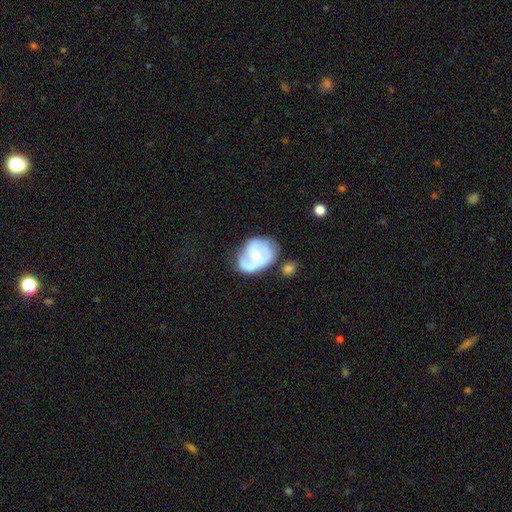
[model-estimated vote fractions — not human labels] Smooth or featured: featured or disk — 66% (smooth — 28%)
Edge-on disk: no — 97% (yes — 3%)
Bar: no — 68% (weak — 26%)
Spiral arms: yes — 68% (no — 32%)
Bulge size: moderate — 51% (small — 43%)
Merging: none — 43% (minor disturbance — 28%)